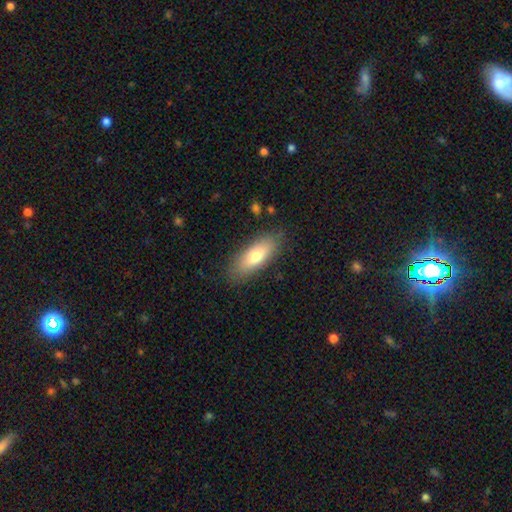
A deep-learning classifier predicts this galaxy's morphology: Q: Smooth or featured?
A: smooth (73%); runner-up: featured or disk (20%)
Q: How rounded?
A: in between (71%); runner-up: cigar-shaped (26%)
Q: Merging?
A: none (84%); runner-up: minor disturbance (12%)